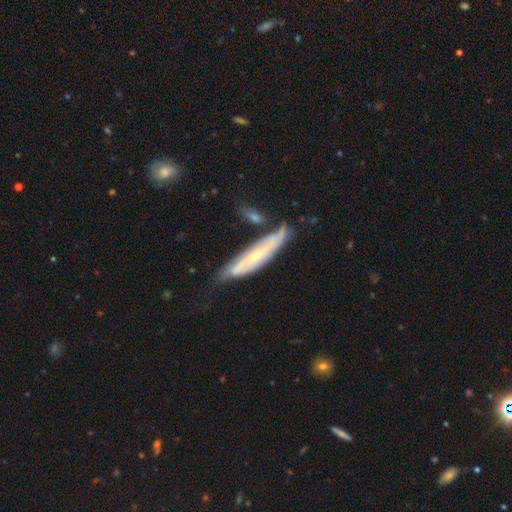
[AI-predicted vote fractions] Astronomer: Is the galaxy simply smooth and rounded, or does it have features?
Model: featured or disk — 64%.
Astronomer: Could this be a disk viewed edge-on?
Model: no — 54% (runner-up: yes, 46%).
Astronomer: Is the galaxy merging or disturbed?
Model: none — 54%.